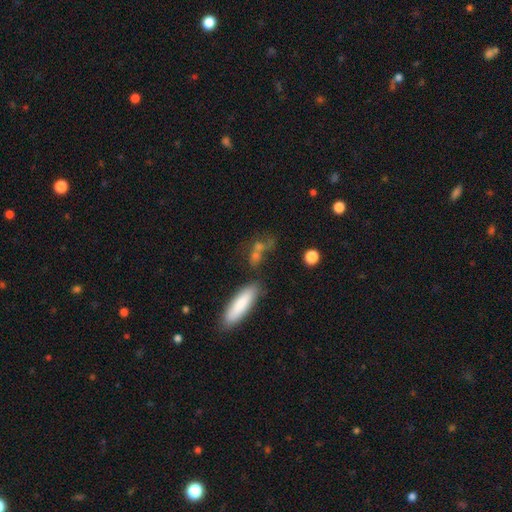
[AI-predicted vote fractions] Smooth or featured? Predicted: smooth (p=0.60). How rounded? Predicted: cigar-shaped (p=0.63). Merging? Predicted: none (p=0.67).